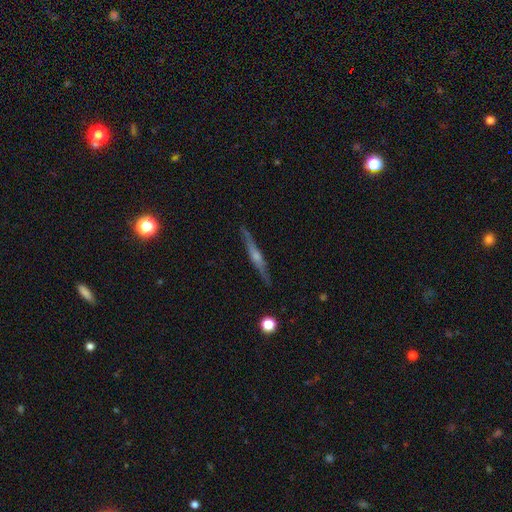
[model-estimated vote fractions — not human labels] A featured or disk galaxy (77%) viewed edge-on (97%) with a rounded central bulge (76%).

Vote fractions:
- Smooth or featured? featured or disk: 77% / smooth: 17% / star or artifact: 7%
- Edge-on disk? yes: 97% / no: 3%
- Edge-on bulge? rounded: 76% / none: 13% / boxy: 11%
- Merging? none: 90% / minor disturbance: 8% / major disturbance: 2% / merger: 1%